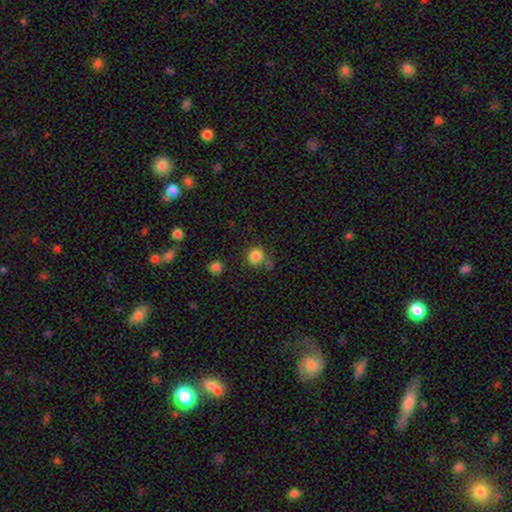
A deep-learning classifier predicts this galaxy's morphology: A smooth galaxy with no disk features (84%) that is round (91%).

Vote fractions:
- Smooth or featured? smooth: 84% / star or artifact: 11% / featured or disk: 5%
- How rounded? round: 91% / in between: 8% / cigar-shaped: 1%
- Merging? none: 71% / minor disturbance: 14% / merger: 10% / major disturbance: 5%